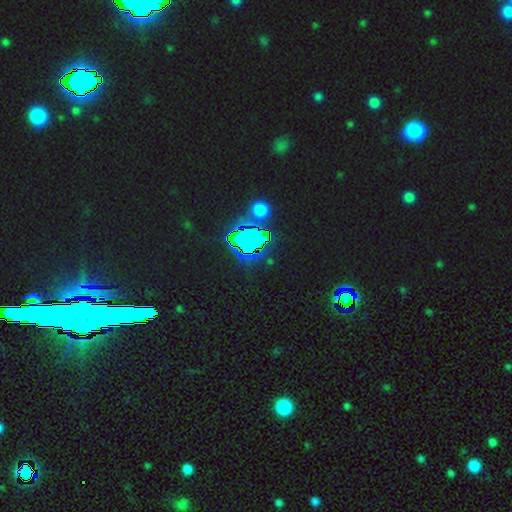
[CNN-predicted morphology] Overall: star or artifact (83%).